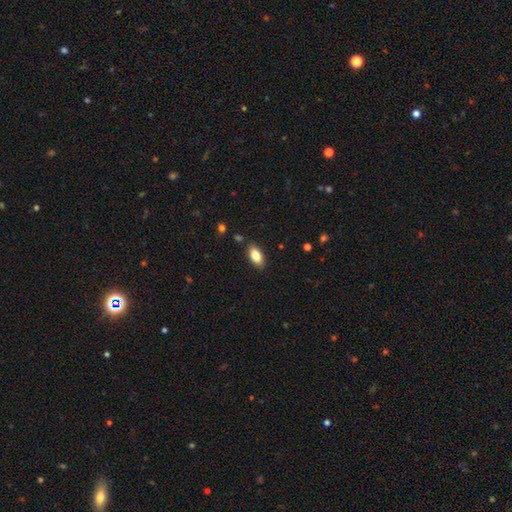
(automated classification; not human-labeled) A smooth galaxy with no disk features (82%) that is in between round and cigar-shaped (91%). Merging: none (86%).